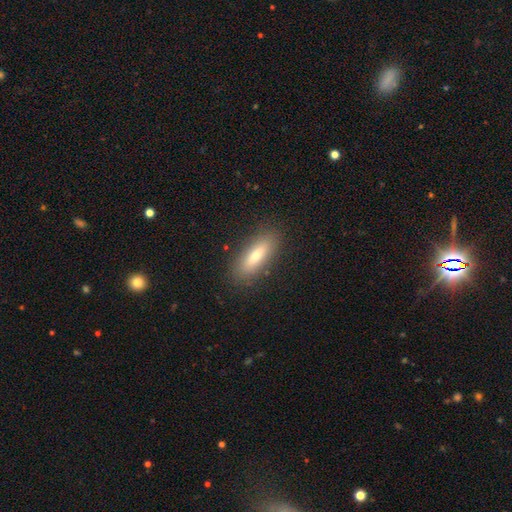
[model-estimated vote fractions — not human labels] Morphology: type=smooth (74%); roundness=in between (52%); merging=none (87%).